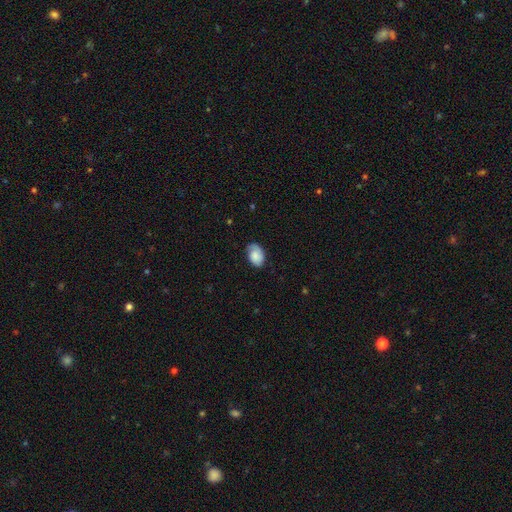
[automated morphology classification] This appears to be a smooth galaxy with no disk features (69%) that is in between round and cigar-shaped (83%). Merging: none (66%).